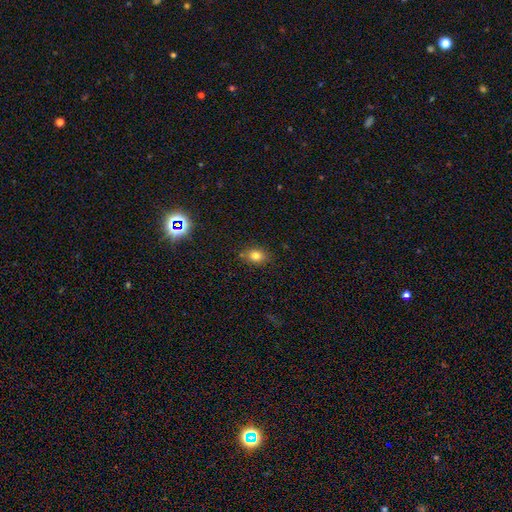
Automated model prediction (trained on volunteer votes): A smooth galaxy with no disk features (79%) that is in between round and cigar-shaped (59%).

Vote fractions:
- Smooth or featured? smooth: 79% / star or artifact: 13% / featured or disk: 8%
- How rounded? in between: 59% / round: 40% / cigar-shaped: 1%
- Merging? none: 81% / minor disturbance: 13% / merger: 3% / major disturbance: 3%